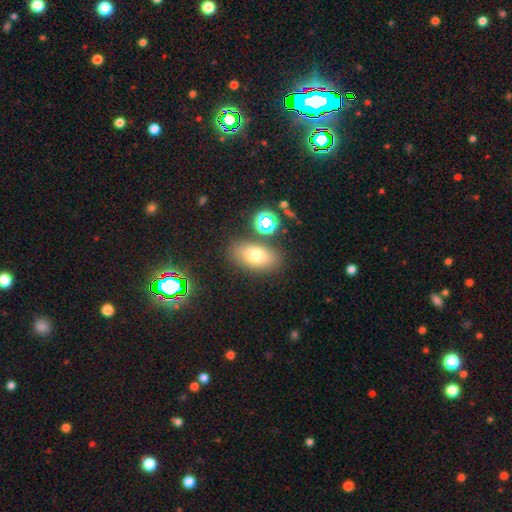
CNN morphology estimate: Q: Smooth or featured?
A: smooth (72%); runner-up: featured or disk (14%)
Q: How rounded?
A: in between (88%); runner-up: round (8%)
Q: Merging?
A: none (80%); runner-up: minor disturbance (11%)